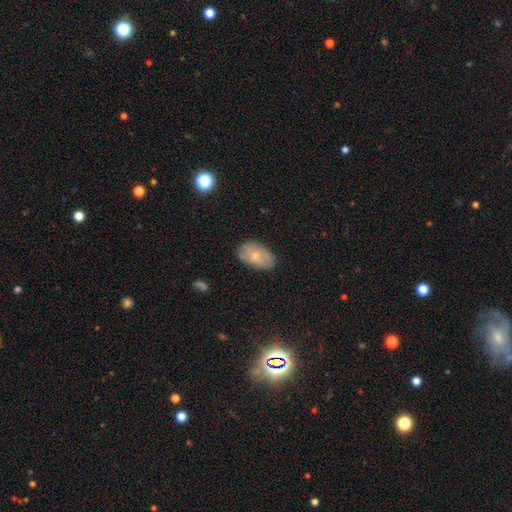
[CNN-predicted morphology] A smooth galaxy with no disk features (63%) that is in between round and cigar-shaped (90%). Merging: none (73%).